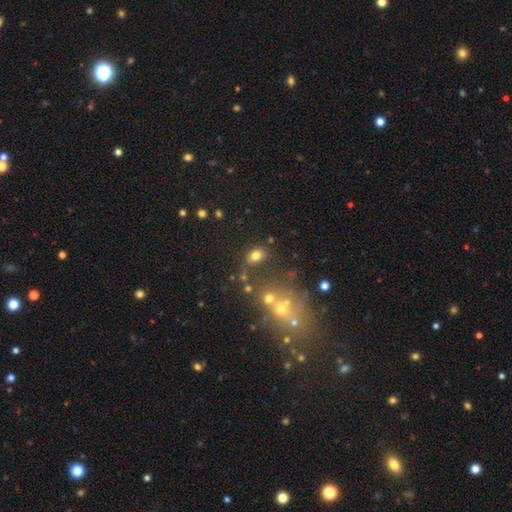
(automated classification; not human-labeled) This is likely a smooth galaxy (75%). How rounded: likely in between (65%). Merging: likely none (69%).